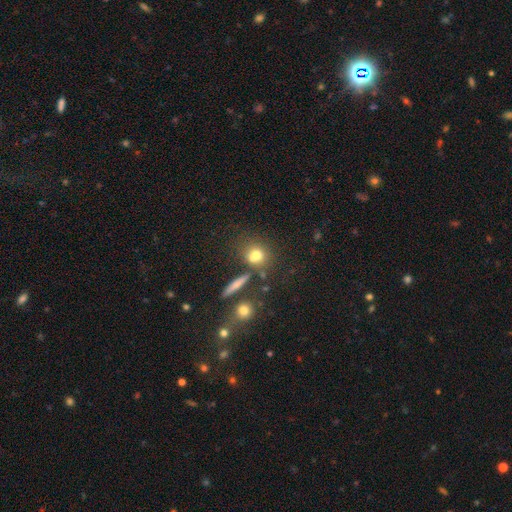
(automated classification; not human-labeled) smooth_or_featured: smooth (p=0.72) [alt: featured or disk p=0.14]
how_rounded: round (p=0.70) [alt: in between p=0.25]
merging: none (p=0.58) [alt: merger p=0.25]